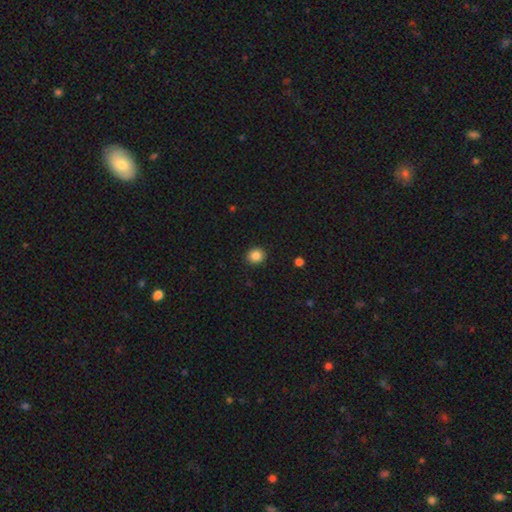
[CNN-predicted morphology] Smooth or featured? smooth (86%)
How rounded? round (80%)
Merging? none (91%)